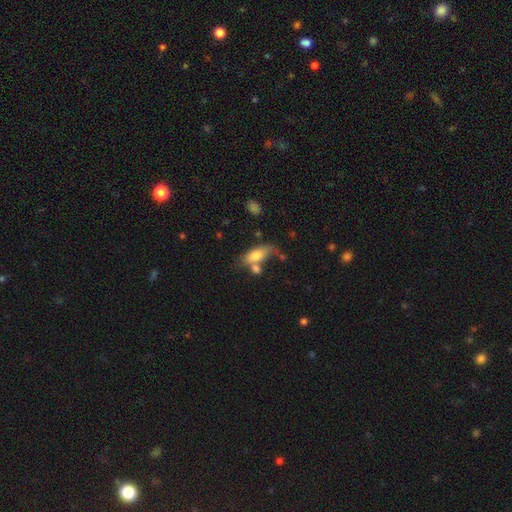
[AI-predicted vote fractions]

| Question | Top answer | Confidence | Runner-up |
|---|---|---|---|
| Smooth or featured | smooth | 73% | featured or disk (19%) |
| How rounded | in between | 79% | cigar-shaped (17%) |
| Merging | none | 43% | merger (28%) |